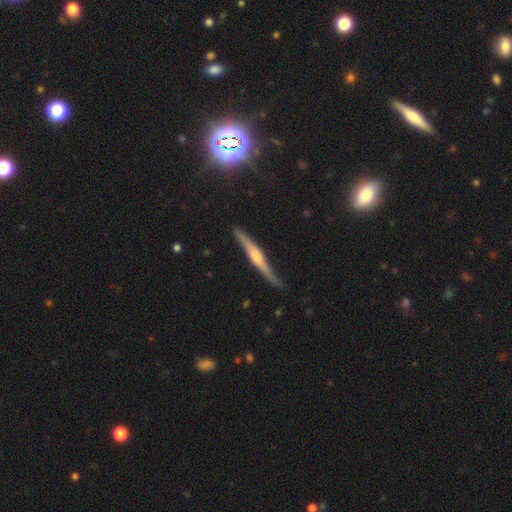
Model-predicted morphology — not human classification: This appears to be a featured or disk galaxy (77%) viewed edge-on (96%) with a rounded central bulge (82%). Merging: none (85%).